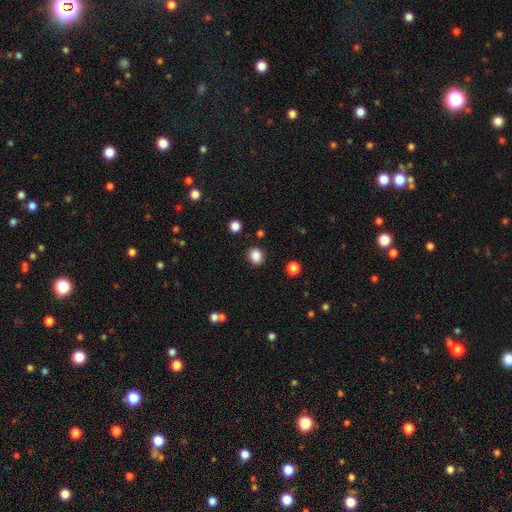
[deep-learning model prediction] smooth 86%, star or artifact 11%, featured or disk 4%. Down the decision tree: how rounded — round (69%); merging — none (88%).